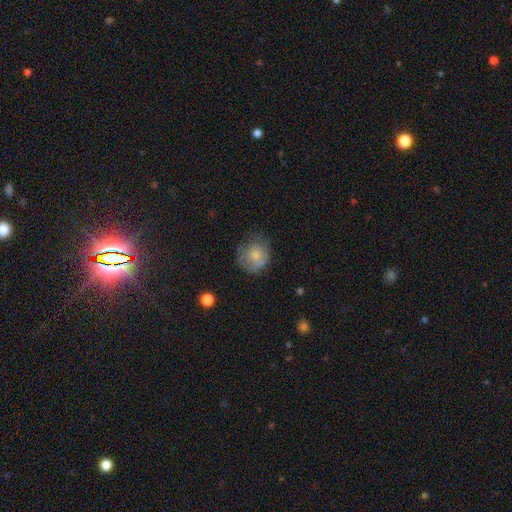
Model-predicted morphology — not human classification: Smooth or featured? Predicted: smooth (p=0.69). How rounded? Predicted: round (p=0.83). Merging? Predicted: none (p=0.61).